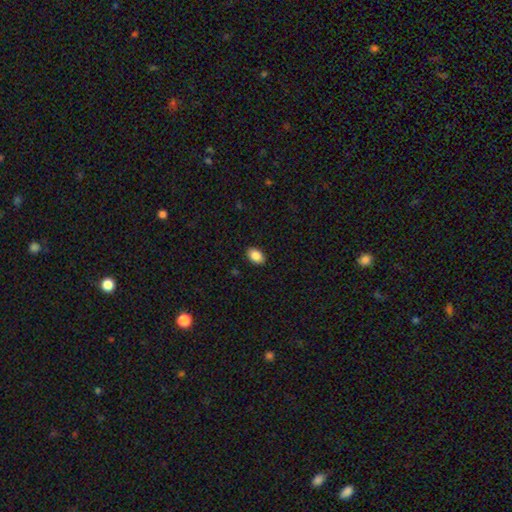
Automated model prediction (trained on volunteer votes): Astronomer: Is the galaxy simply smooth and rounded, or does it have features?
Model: smooth — 88%.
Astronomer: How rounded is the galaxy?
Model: in between — 85%.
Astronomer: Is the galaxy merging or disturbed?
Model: none — 89%.